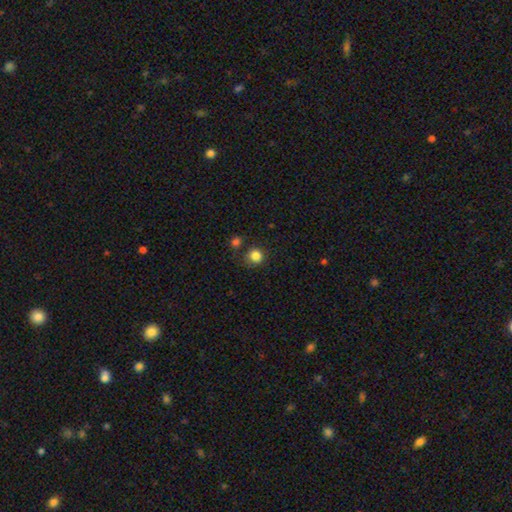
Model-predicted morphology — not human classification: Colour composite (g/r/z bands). It shows a smooth galaxy with no disk features (84%) that is round (89%). Merging: none (75%).